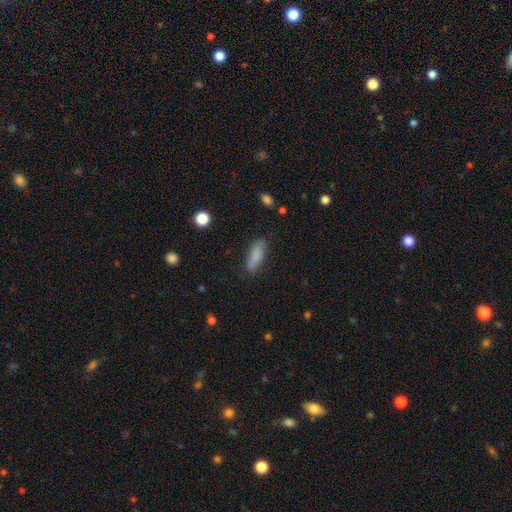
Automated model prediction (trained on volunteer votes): smooth-or-featured: smooth: 85% | featured or disk: 8% | star or artifact: 8%
  how-rounded: in between: 56% | cigar-shaped: 41% | round: 2%
  merging: none: 80% | minor disturbance: 15% | major disturbance: 3% | merger: 2%